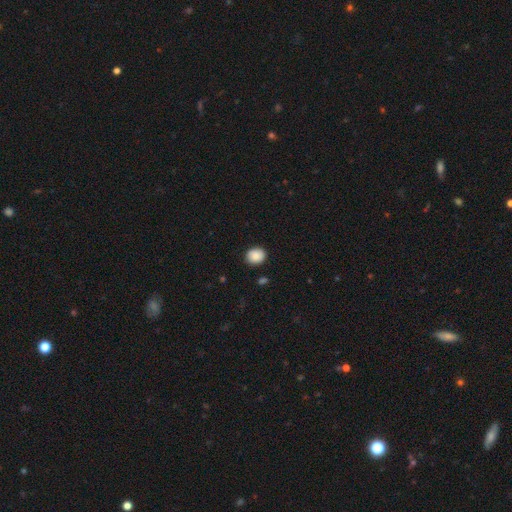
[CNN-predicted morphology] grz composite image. It shows a smooth galaxy with no disk features (87%) that is round (60%). Merging: none (88%).